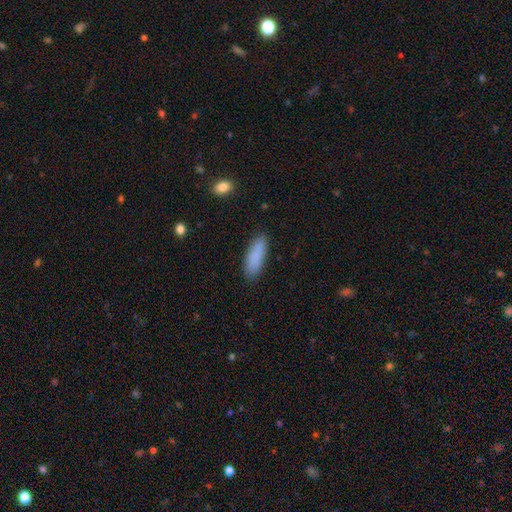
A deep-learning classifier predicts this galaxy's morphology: Q: Smooth or featured?
A: smooth (87%); runner-up: star or artifact (7%)
Q: How rounded?
A: in between (54%); runner-up: cigar-shaped (44%)
Q: Merging?
A: none (86%); runner-up: minor disturbance (10%)